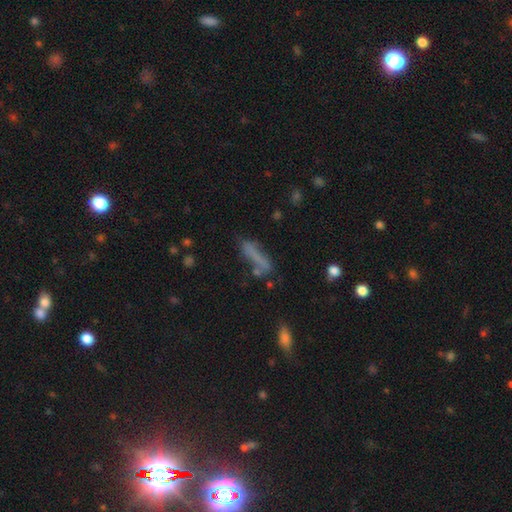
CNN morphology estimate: Smooth or featured? smooth (65%)
How rounded? cigar-shaped (74%)
Merging? none (53%)